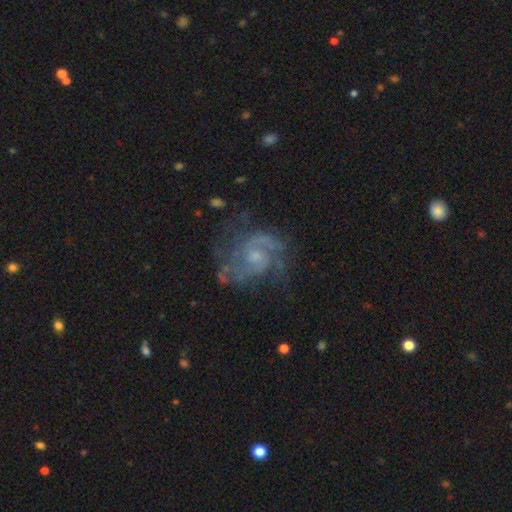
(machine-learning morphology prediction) type=featured or disk (85%); edge-on=no (98%); bar=no (58%); spiral arms=yes (95%); winding=medium (53%); arm count=2 (67%); bulge=small (59%); merging=none (65%).